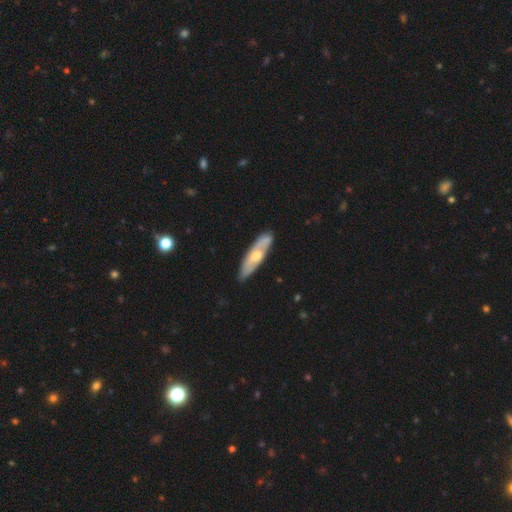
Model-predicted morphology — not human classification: Smooth or featured: featured or disk — 56% (smooth — 39%)
Edge-on disk: no — 50% (tied with yes — 50%)
Merging: none — 78% (minor disturbance — 16%)